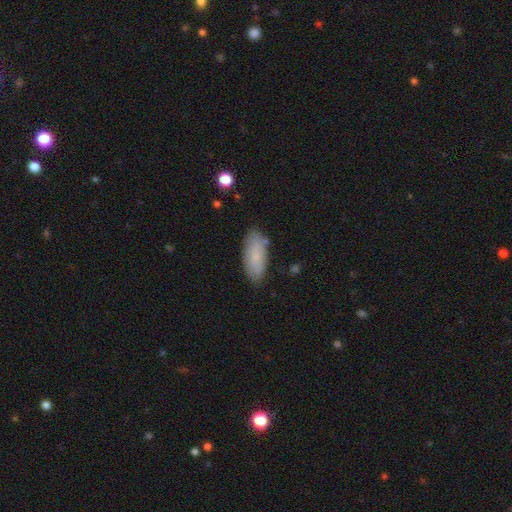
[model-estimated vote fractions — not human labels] Smooth or featured: smooth — 78% (featured or disk — 15%)
How rounded: in between — 84% (cigar-shaped — 14%)
Merging: none — 81% (minor disturbance — 15%)